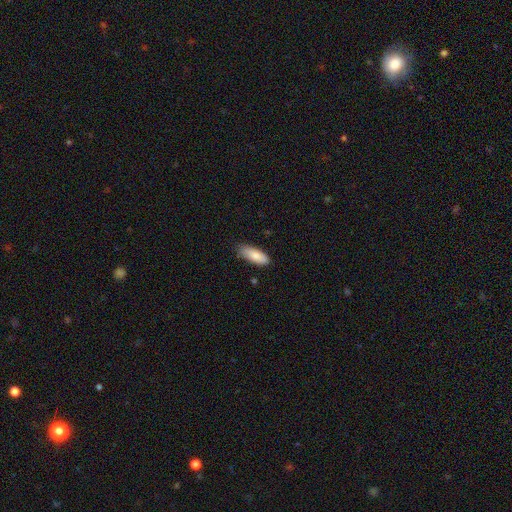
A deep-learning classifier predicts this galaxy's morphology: This is clearly a smooth galaxy (84%). How rounded: likely in between (75%). Merging: likely none (77%).